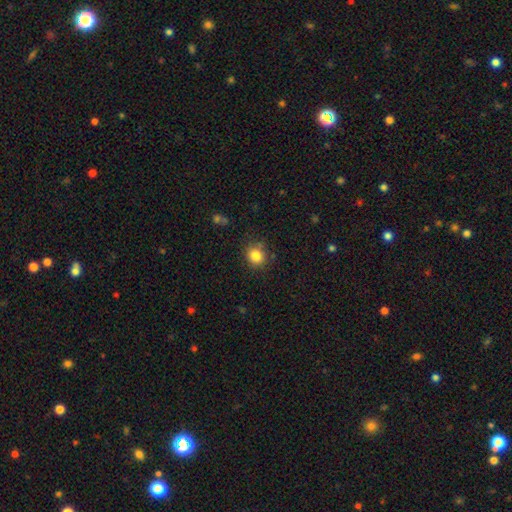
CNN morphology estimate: Smooth or featured: smooth — 84% (star or artifact — 11%)
How rounded: round — 83% (in between — 16%)
Merging: none — 83% (minor disturbance — 11%)